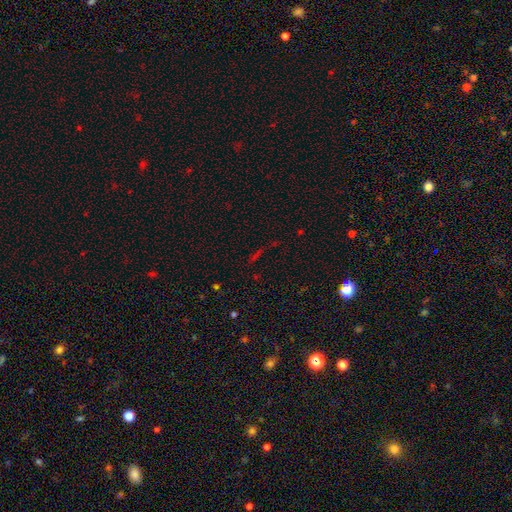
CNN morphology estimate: The model was most divided on "smooth or featured": star or artifact: 62%, smooth: 25%, featured or disk: 13%.